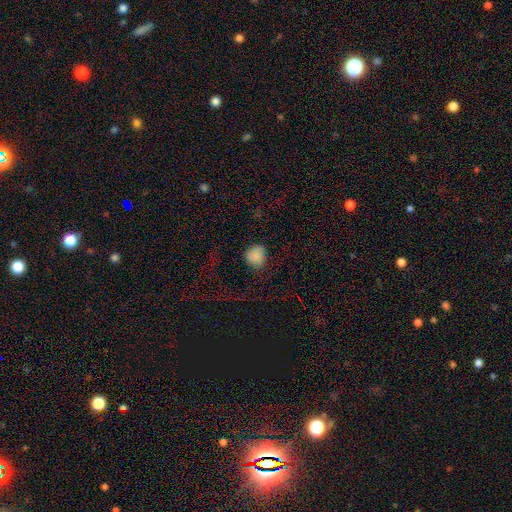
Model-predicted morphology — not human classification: Q: Smooth or featured?
A: smooth (85%); runner-up: star or artifact (11%)
Q: How rounded?
A: round (80%); runner-up: in between (19%)
Q: Merging?
A: none (73%); runner-up: minor disturbance (19%)